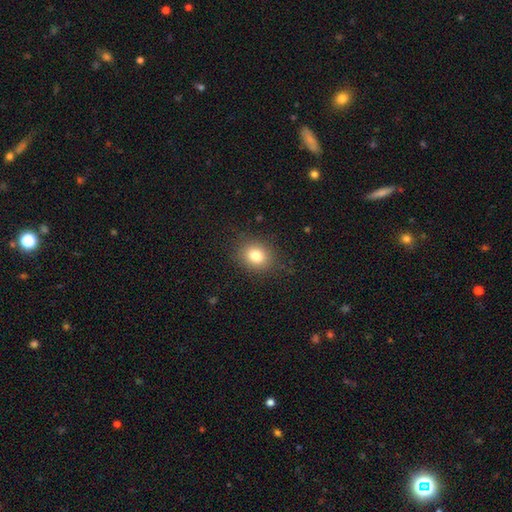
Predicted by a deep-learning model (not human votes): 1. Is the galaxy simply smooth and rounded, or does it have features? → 80% smooth, 12% star or artifact, 9% featured or disk.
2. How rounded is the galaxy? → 58% round, 41% in between, 1% cigar-shaped.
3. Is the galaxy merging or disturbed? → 85% none, 10% minor disturbance, 3% major disturbance, 1% merger.